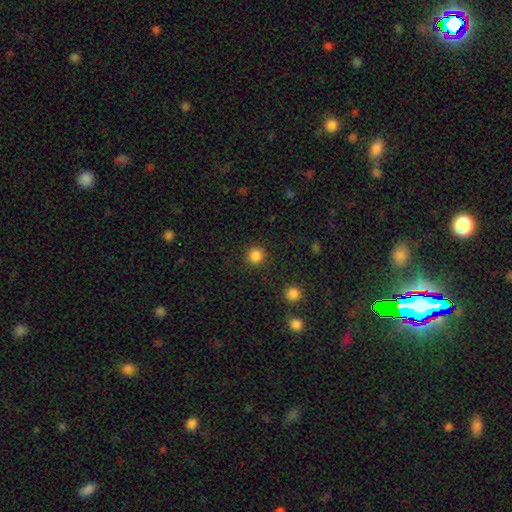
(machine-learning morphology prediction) This appears to be a smooth galaxy with no disk features (85%) that is round (93%). Merging: none (90%).